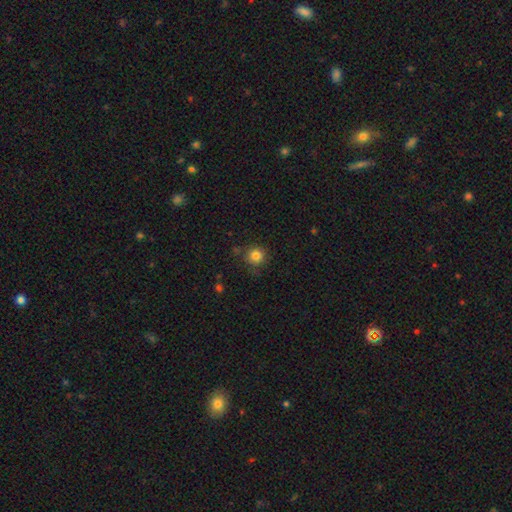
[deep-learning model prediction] smooth_or_featured: smooth (p=0.82) [alt: star or artifact p=0.12]
how_rounded: round (p=0.93) [alt: in between p=0.06]
merging: none (p=0.80) [alt: minor disturbance p=0.14]